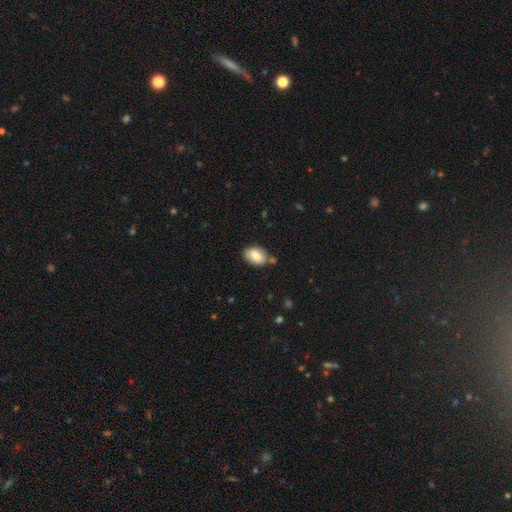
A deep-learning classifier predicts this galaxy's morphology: smooth_or_featured: smooth (p=0.81) [alt: featured or disk p=0.11]
how_rounded: in between (p=0.85) [alt: round p=0.13]
merging: none (p=0.71) [alt: minor disturbance p=0.17]